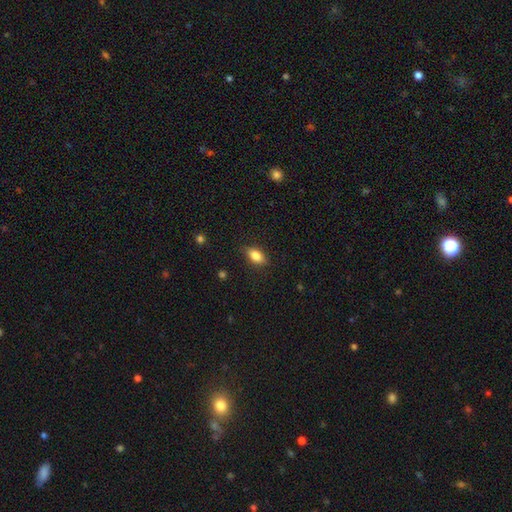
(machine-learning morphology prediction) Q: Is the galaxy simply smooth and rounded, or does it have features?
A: smooth — 82%.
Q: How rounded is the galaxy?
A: in between — 86%.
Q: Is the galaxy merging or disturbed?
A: none — 84%.